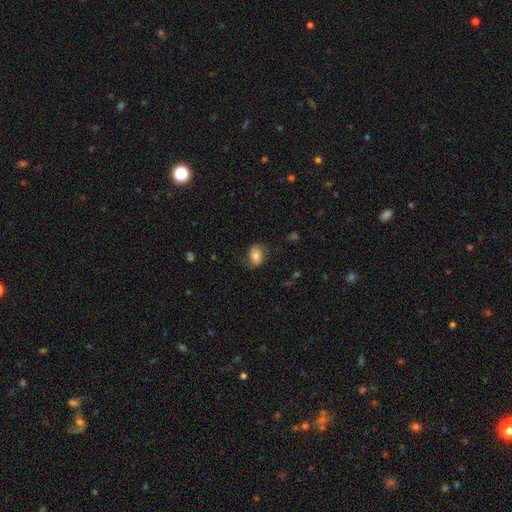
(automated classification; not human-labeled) Smooth or featured? Predicted: smooth (p=0.73). How rounded? Predicted: in between (p=0.75). Merging? Predicted: none (p=0.71).